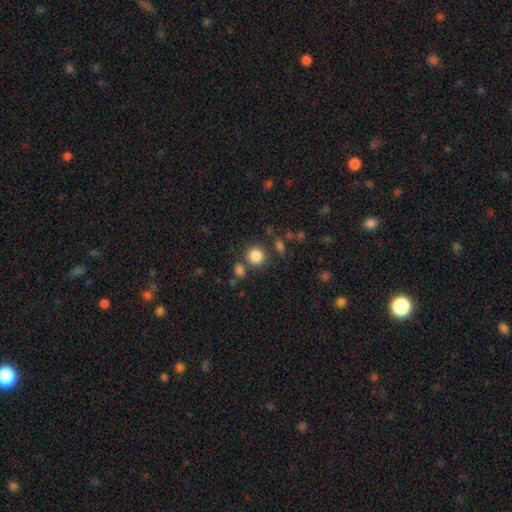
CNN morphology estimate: Q: Smooth or featured?
A: smooth (85%); runner-up: star or artifact (11%)
Q: How rounded?
A: round (88%); runner-up: in between (11%)
Q: Merging?
A: none (77%); runner-up: merger (10%)